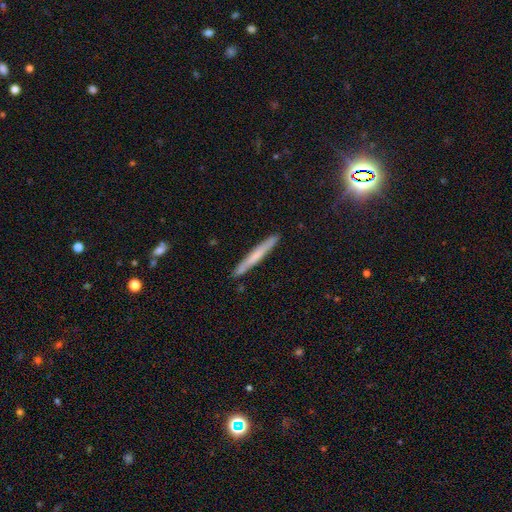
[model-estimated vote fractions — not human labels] A smooth galaxy with no disk features (55%) that is cigar-shaped (97%).

Vote fractions:
- Smooth or featured? smooth: 55% / featured or disk: 39% / star or artifact: 7%
- How rounded? cigar-shaped: 97% / in between: 2% / round: 1%
- Merging? none: 90% / minor disturbance: 7% / merger: 1% / major disturbance: 1%